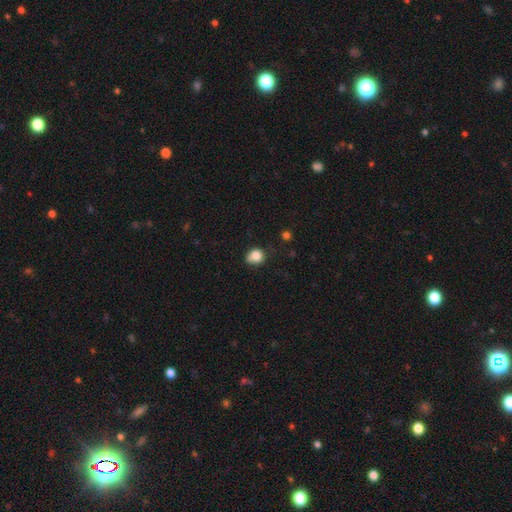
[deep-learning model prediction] smooth 82%, star or artifact 11%, featured or disk 8%. Down the decision tree: how rounded — round (73%); merging — none (57%).